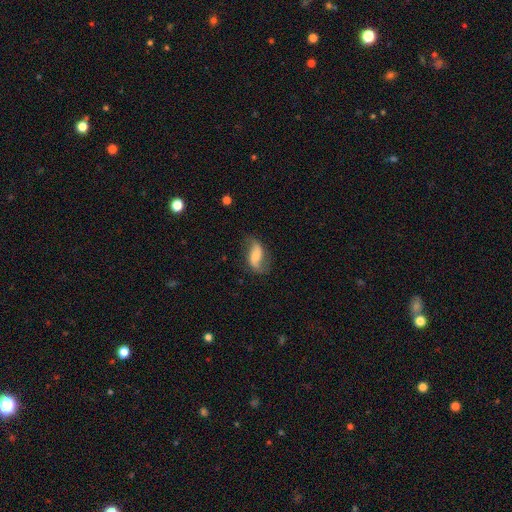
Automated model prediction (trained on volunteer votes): Smooth or featured: featured or disk — 61% (smooth — 31%)
Edge-on disk: no — 94% (yes — 6%)
Bar: no — 42% (weak — 35%)
Spiral arms: yes — 90% (no — 10%)
Spiral winding: loose — 74% (medium — 20%)
Spiral arm count: 2 — 88% (1 — 6%)
Bulge size: small — 34% (tied with moderate — 34%)
Merging: none — 65% (minor disturbance — 22%)